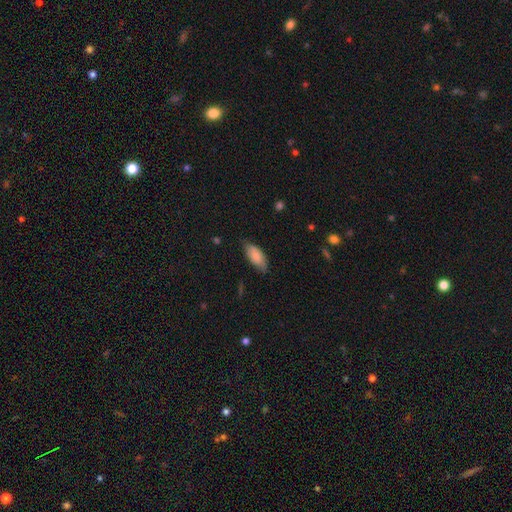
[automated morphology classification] This is clearly a smooth galaxy (81%). How rounded: clearly in between (88%). Merging: likely none (73%).